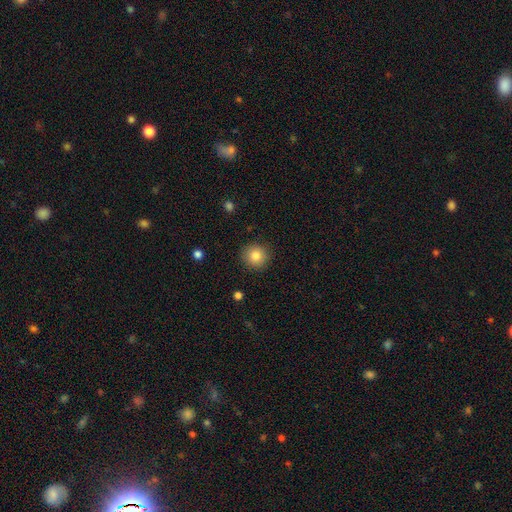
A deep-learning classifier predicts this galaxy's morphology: A smooth galaxy with no disk features (84%) that is round (93%).

Vote fractions:
- Smooth or featured? smooth: 84% / star or artifact: 10% / featured or disk: 7%
- How rounded? round: 93% / in between: 6% / cigar-shaped: 1%
- Merging? none: 91% / minor disturbance: 6% / major disturbance: 2% / merger: 1%